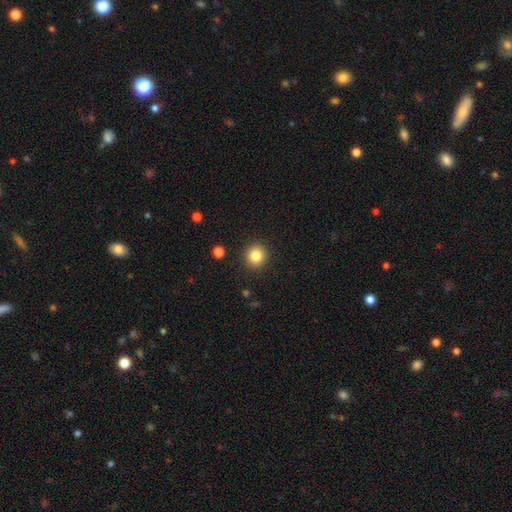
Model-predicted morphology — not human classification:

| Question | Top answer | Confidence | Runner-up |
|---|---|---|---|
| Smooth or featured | smooth | 84% | star or artifact (10%) |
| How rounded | round | 90% | in between (9%) |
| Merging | none | 91% | minor disturbance (6%) |